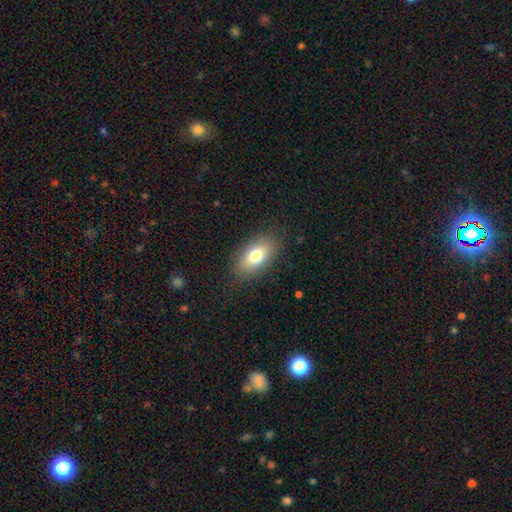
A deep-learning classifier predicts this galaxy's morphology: This appears to be a smooth galaxy with no disk features (77%) that is in between round and cigar-shaped (90%). Merging: none (85%).